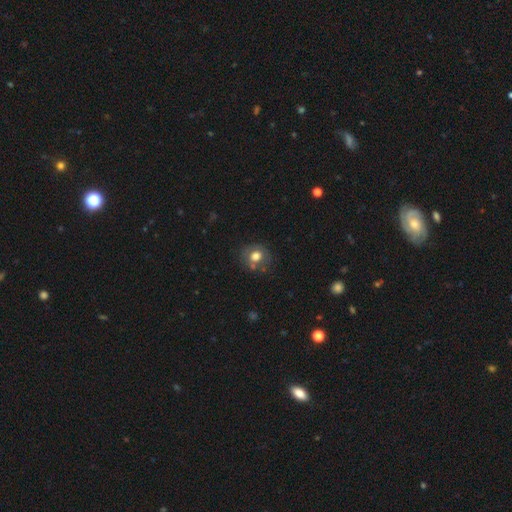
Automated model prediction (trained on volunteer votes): This appears to be a smooth galaxy with no disk features (68%) that is round (75%). Merging: none (67%).